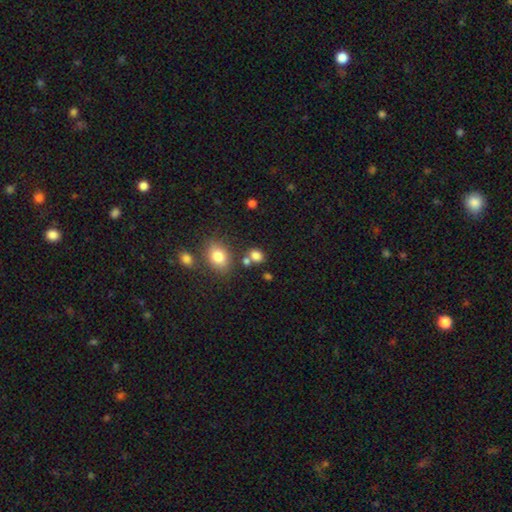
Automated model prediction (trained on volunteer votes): Q: Smooth or featured?
A: smooth (81%); runner-up: star or artifact (13%)
Q: How rounded?
A: in between (55%); runner-up: round (43%)
Q: Merging?
A: none (62%); runner-up: merger (20%)